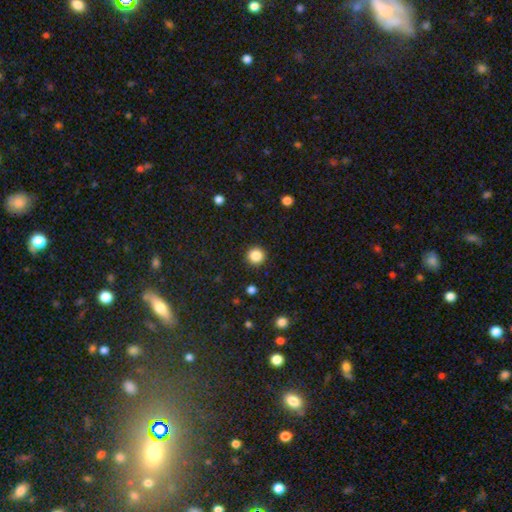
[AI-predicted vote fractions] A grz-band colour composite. It shows a smooth galaxy with no disk features (86%) that is round (95%). Merging: none (92%).